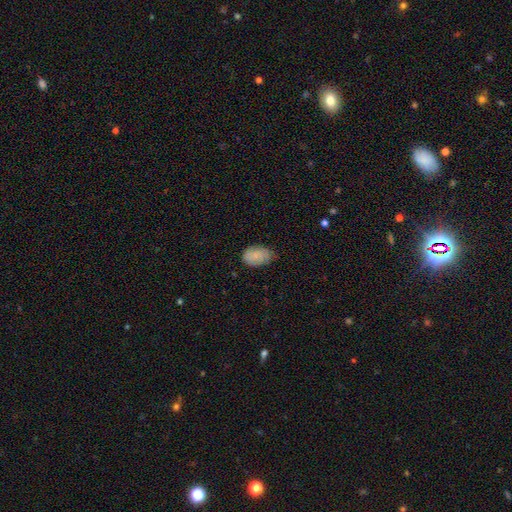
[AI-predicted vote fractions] The model was most divided on "merging": none: 64%, minor disturbance: 30%, major disturbance: 5%, merger: 1%. More confident: how rounded — in between (87%); smooth or featured — smooth (83%).